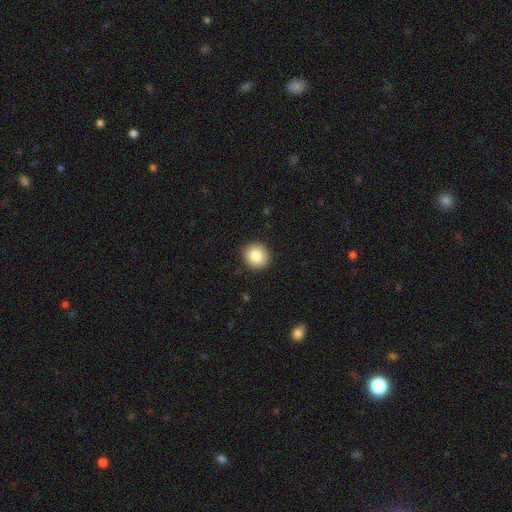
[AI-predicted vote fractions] Smooth or featured?
  - smooth: 84% *
  - star or artifact: 9%
  - featured or disk: 7%
How rounded?
  - round: 88% *
  - in between: 11%
  - cigar-shaped: 1%
Merging?
  - none: 90% *
  - minor disturbance: 7%
  - major disturbance: 2%
  - merger: 1%